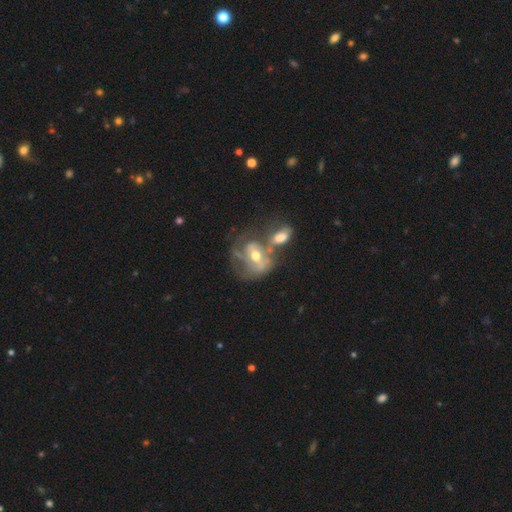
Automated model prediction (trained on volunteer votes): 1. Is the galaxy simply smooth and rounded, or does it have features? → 70% featured or disk, 23% smooth, 7% star or artifact.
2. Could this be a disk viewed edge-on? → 96% no, 4% yes.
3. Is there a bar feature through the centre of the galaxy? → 48% no, 34% weak, 18% strong.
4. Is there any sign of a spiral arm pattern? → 68% yes, 32% no.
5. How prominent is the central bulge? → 72% moderate, 17% small, 8% large, 2% none, 1% dominant.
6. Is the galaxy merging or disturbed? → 46% merger, 24% none, 17% major disturbance, 14% minor disturbance.